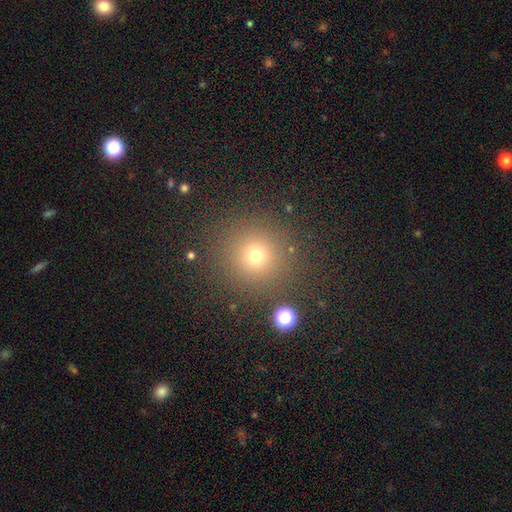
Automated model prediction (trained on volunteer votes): A smooth galaxy with no disk features (71%) that is round (94%). Merging: none (87%).